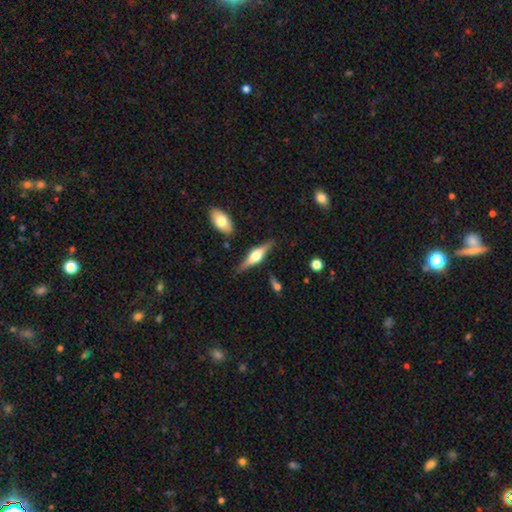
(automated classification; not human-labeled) Smooth or featured?
  - featured or disk: 72% *
  - smooth: 23%
  - star or artifact: 6%
Edge-on disk?
  - yes: 96% *
  - no: 4%
Edge-on bulge?
  - rounded: 91% *
  - boxy: 7%
  - none: 2%
Merging?
  - none: 80% *
  - minor disturbance: 13%
  - merger: 4%
  - major disturbance: 3%